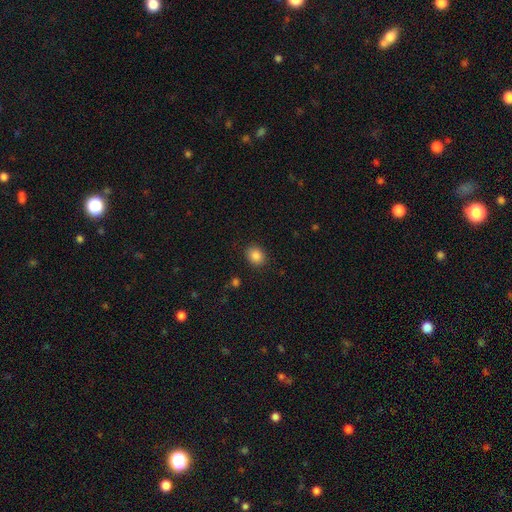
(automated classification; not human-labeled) A smooth galaxy with no disk features (86%) that is round (57%). Merging: none (89%).